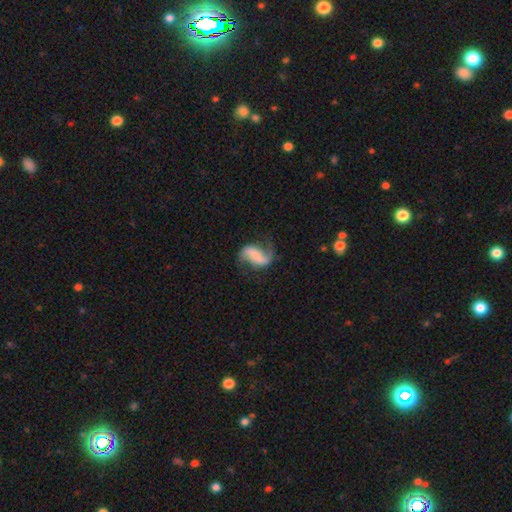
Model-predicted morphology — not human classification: type=featured or disk (77%); edge-on=no (97%); bar=strong (45%); spiral arms=yes (94%); winding=loose (72%); arm count=2 (90%); bulge=none (50%); merging=none (67%).